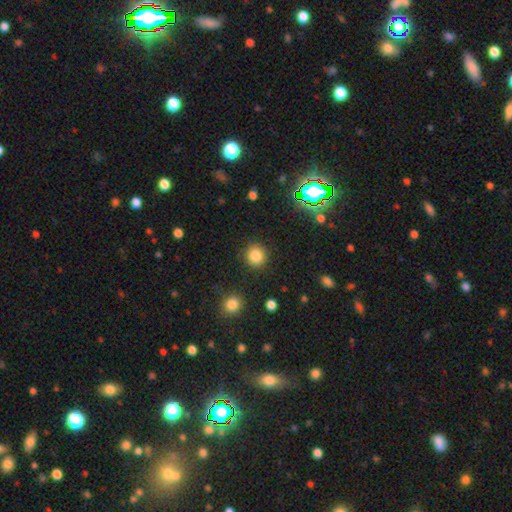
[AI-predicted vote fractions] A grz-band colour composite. It shows a smooth galaxy with no disk features (85%) that is round (91%). Merging: none (89%).